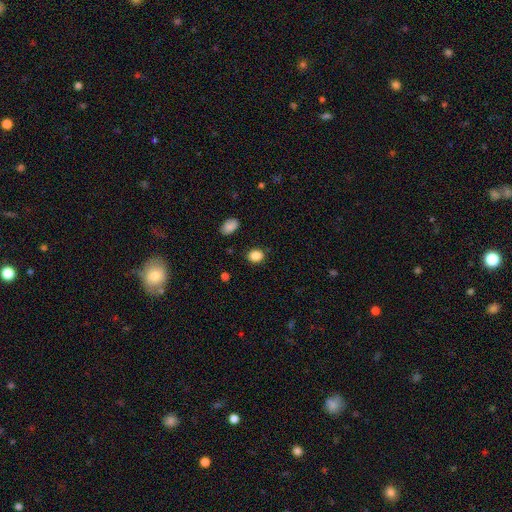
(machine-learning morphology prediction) smooth_or_featured: smooth (p=0.87) [alt: star or artifact p=0.10]
how_rounded: in between (p=0.52) [alt: round p=0.47]
merging: none (p=0.85) [alt: minor disturbance p=0.10]